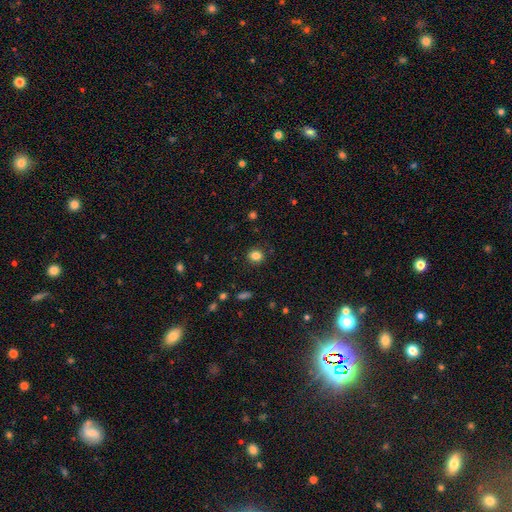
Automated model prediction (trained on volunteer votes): smooth_or_featured: smooth (p=0.83) [alt: star or artifact p=0.12]
how_rounded: round (p=0.74) [alt: in between p=0.25]
merging: none (p=0.88) [alt: minor disturbance p=0.08]